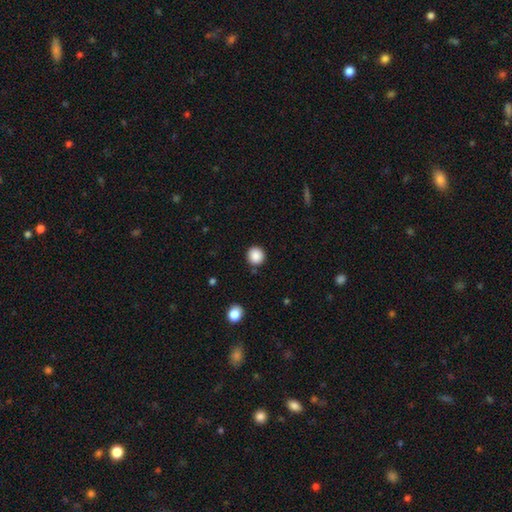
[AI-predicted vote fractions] Morphology: type=smooth (88%); roundness=round (94%); merging=none (90%).